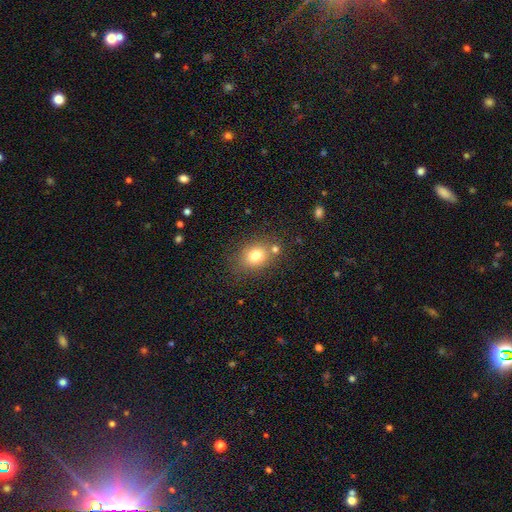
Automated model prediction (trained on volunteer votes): Smooth or featured?
  - smooth: 76% *
  - star or artifact: 13%
  - featured or disk: 11%
How rounded?
  - round: 58% *
  - in between: 41%
  - cigar-shaped: 1%
Merging?
  - none: 70% *
  - minor disturbance: 13%
  - merger: 13%
  - major disturbance: 4%